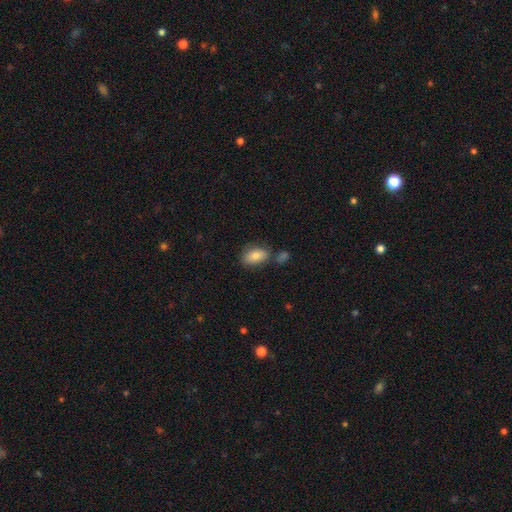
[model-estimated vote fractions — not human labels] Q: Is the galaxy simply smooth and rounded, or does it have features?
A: smooth — 80%.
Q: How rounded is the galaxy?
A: in between — 89%.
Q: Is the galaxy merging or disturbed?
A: none — 67%.